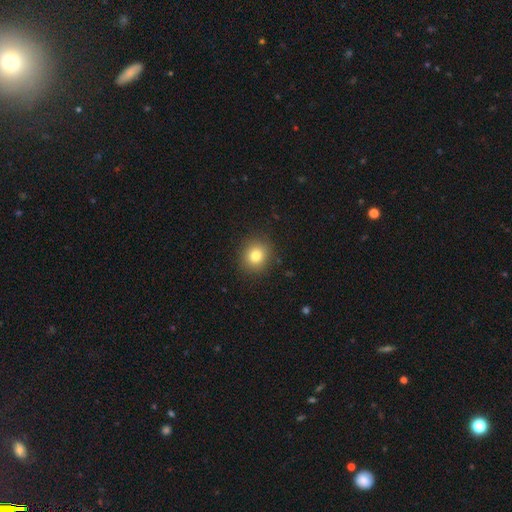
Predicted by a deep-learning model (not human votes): smooth 81%, star or artifact 12%, featured or disk 8%. Down the decision tree: how rounded — round (84%); merging — none (90%).